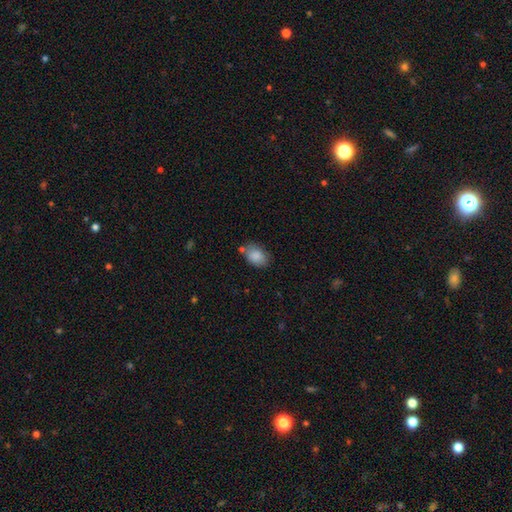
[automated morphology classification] This is clearly a smooth galaxy (87%). How rounded: clearly in between (80%). Merging: likely none (68%).